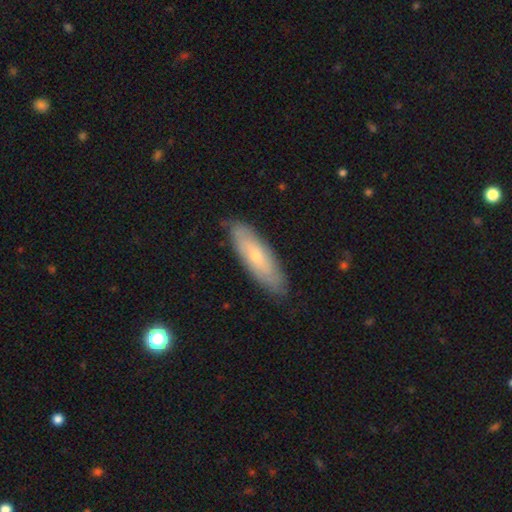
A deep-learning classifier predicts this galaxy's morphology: smooth-or-featured: smooth: 52% | featured or disk: 42% | star or artifact: 6%
  how-rounded: cigar-shaped: 52% | in between: 46% | round: 2%
  merging: none: 82% | minor disturbance: 15% | major disturbance: 2% | merger: 1%